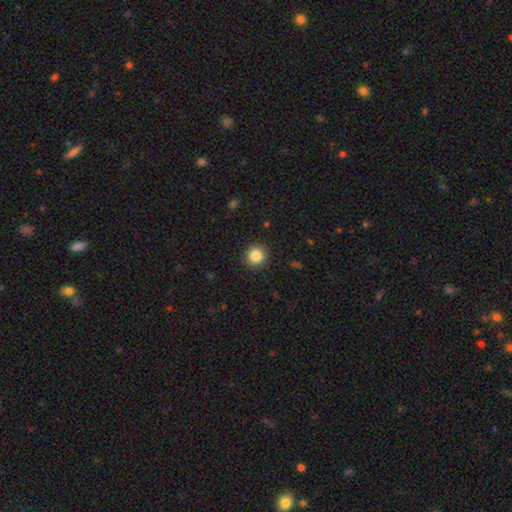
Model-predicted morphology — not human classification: A smooth galaxy with no disk features (85%) that is round (93%).

Vote fractions:
- Smooth or featured? smooth: 85% / star or artifact: 10% / featured or disk: 5%
- How rounded? round: 93% / in between: 6% / cigar-shaped: 1%
- Merging? none: 91% / minor disturbance: 6% / major disturbance: 2% / merger: 1%